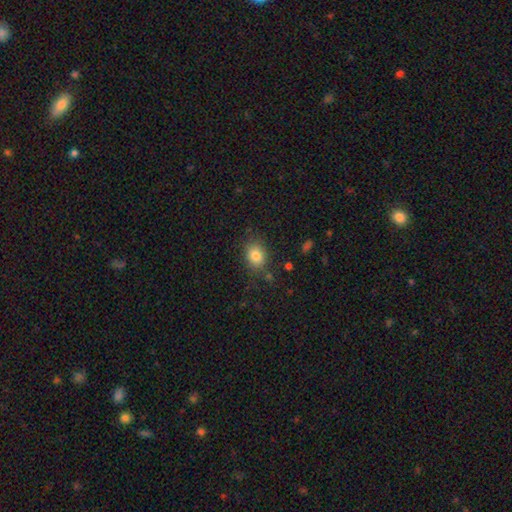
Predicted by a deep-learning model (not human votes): A smooth galaxy with no disk features (82%) that is in between round and cigar-shaped (61%). Merging: none (79%).